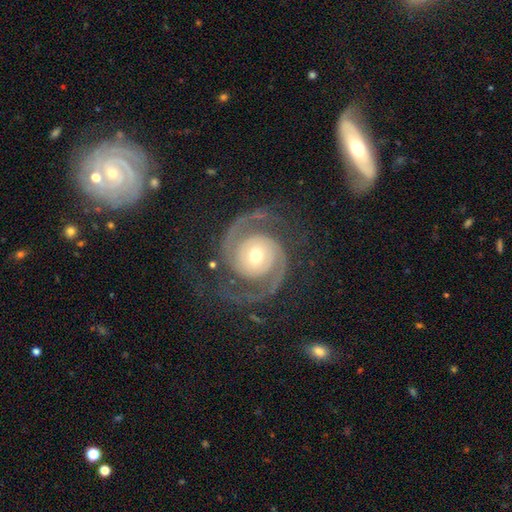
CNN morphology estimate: A featured or disk galaxy (92%) with no bar (68%), 2 (93%) medium (46%) spiral arms (98%) and a moderate central bulge (65%). Merging: none (79%).